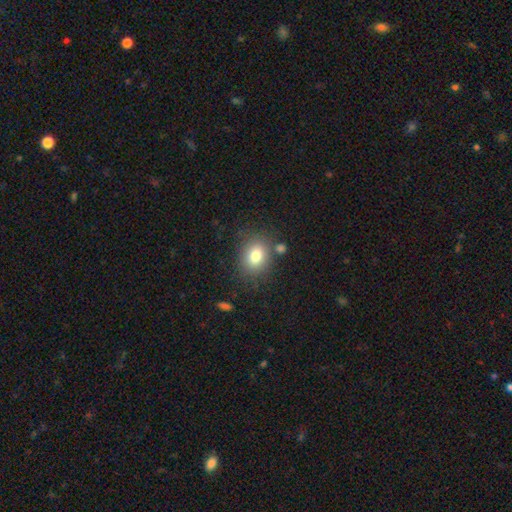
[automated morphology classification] A smooth galaxy with no disk features (80%) that is in between round and cigar-shaped (54%).

Vote fractions:
- Smooth or featured? smooth: 80% / star or artifact: 10% / featured or disk: 10%
- How rounded? in between: 54% / round: 45% / cigar-shaped: 1%
- Merging? none: 77% / minor disturbance: 12% / merger: 7% / major disturbance: 4%